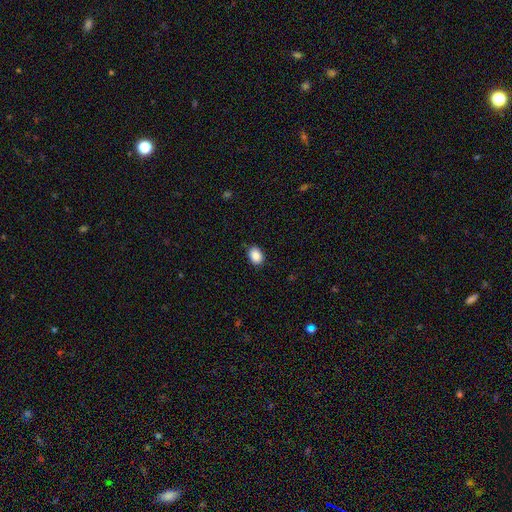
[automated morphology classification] A smooth galaxy with no disk features (88%) that is in between round and cigar-shaped (72%). Merging: none (82%).